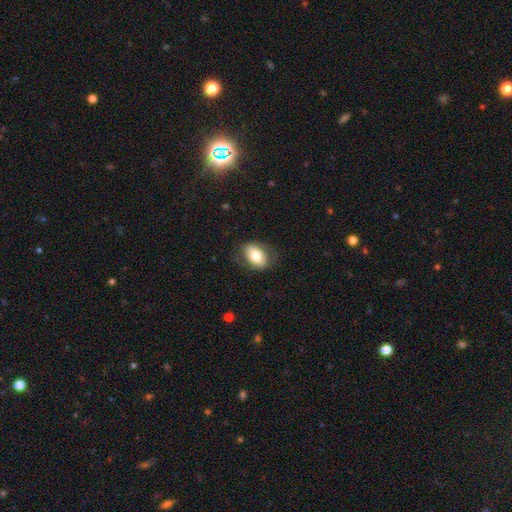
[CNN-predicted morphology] This appears to be a smooth galaxy with no disk features (74%) that is in between round and cigar-shaped (87%). Merging: none (76%).